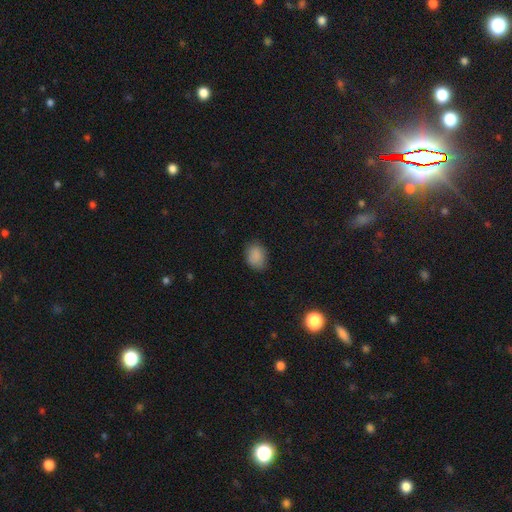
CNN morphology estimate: Smooth or featured? Predicted: smooth (p=0.87). How rounded? Predicted: in between (p=0.66). Merging? Predicted: none (p=0.80).